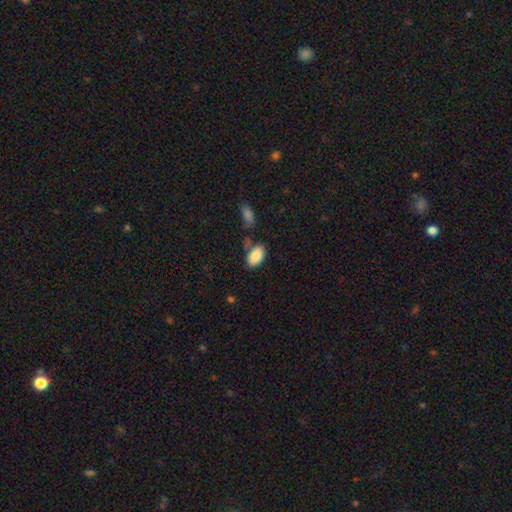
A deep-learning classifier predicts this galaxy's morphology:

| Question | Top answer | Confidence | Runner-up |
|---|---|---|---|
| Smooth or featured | smooth | 87% | star or artifact (7%) |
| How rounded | in between | 94% | round (4%) |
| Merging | none | 64% | minor disturbance (18%) |